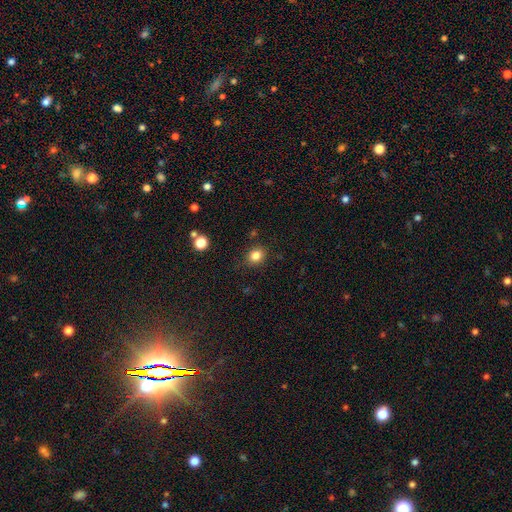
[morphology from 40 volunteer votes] A smooth galaxy with no disk features (88%) that is round (51%). Merging: none (87%).